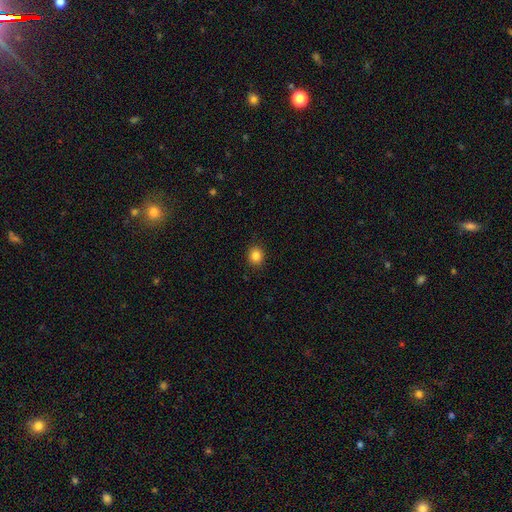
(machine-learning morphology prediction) Smooth or featured? smooth (85%)
How rounded? round (76%)
Merging? none (91%)